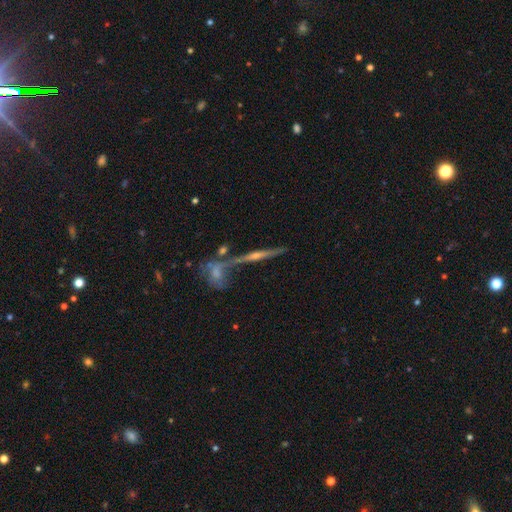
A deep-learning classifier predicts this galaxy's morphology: Smooth or featured: featured or disk — 61% (smooth — 21%)
Edge-on disk: yes — 83% (no — 17%)
Edge-on bulge: rounded — 75% (none — 16%)
Merging: none — 50% (merger — 34%)